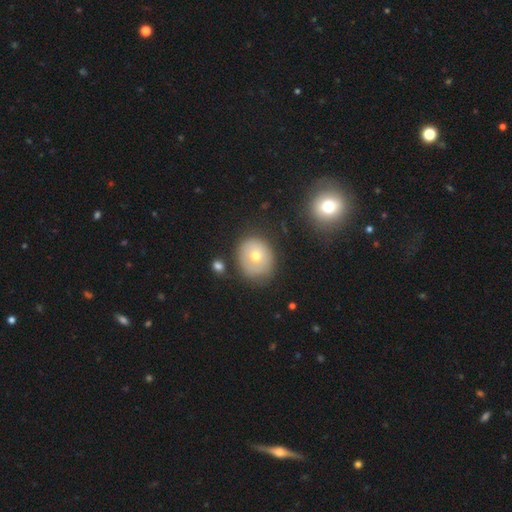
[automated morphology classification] smooth_or_featured: smooth (p=0.63) [alt: featured or disk p=0.26]
how_rounded: round (p=0.68) [alt: in between p=0.31]
merging: none (p=0.72) [alt: minor disturbance p=0.19]